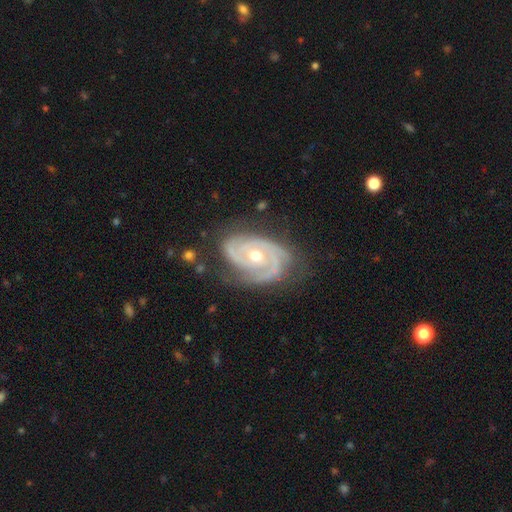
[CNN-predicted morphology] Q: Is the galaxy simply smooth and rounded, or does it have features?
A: featured or disk — 92%.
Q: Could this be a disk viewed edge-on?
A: no — 97%.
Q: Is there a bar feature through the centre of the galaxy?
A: no — 74%.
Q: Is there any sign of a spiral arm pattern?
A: yes — 98%.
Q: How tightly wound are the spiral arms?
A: tight — 70%.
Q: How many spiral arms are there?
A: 3 — 41%.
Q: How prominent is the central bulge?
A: moderate — 71%.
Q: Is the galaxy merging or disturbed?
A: none — 71%.